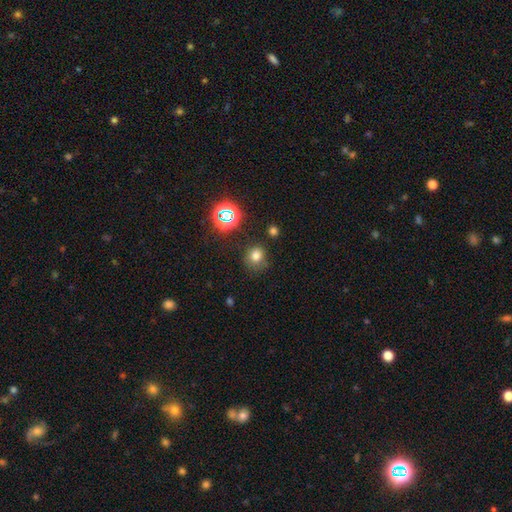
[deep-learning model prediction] smooth_or_featured: smooth (p=0.73) [alt: star or artifact p=0.20]
how_rounded: round (p=0.77) [alt: in between p=0.23]
merging: none (p=0.74) [alt: minor disturbance p=0.17]